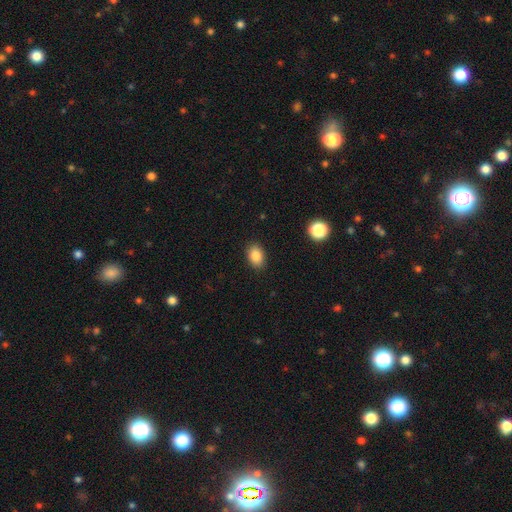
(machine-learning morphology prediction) Smooth or featured? smooth (86%)
How rounded? in between (77%)
Merging? none (88%)